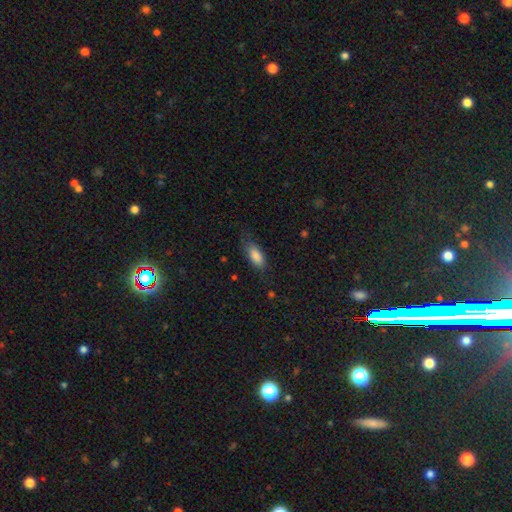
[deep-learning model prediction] A smooth galaxy with no disk features (86%) that is in between round and cigar-shaped (87%).

Vote fractions:
- Smooth or featured? smooth: 86% / featured or disk: 7% / star or artifact: 7%
- How rounded? in between: 87% / cigar-shaped: 11% / round: 2%
- Merging? none: 72% / minor disturbance: 20% / major disturbance: 6% / merger: 1%